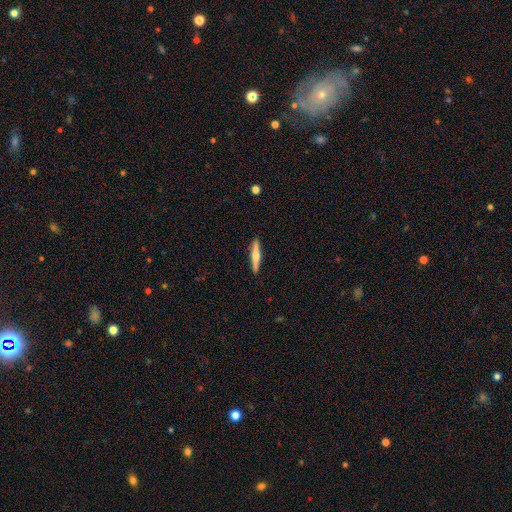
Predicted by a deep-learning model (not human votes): Morphology: type=featured or disk (49%); merging=none (91%).